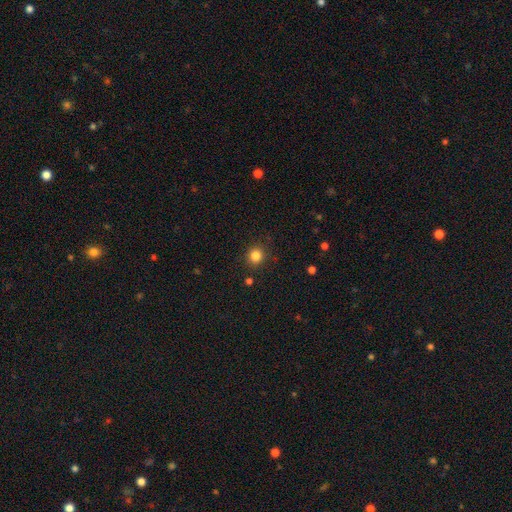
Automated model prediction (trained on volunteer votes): Morphology: type=smooth (83%); roundness=round (88%); merging=none (89%).